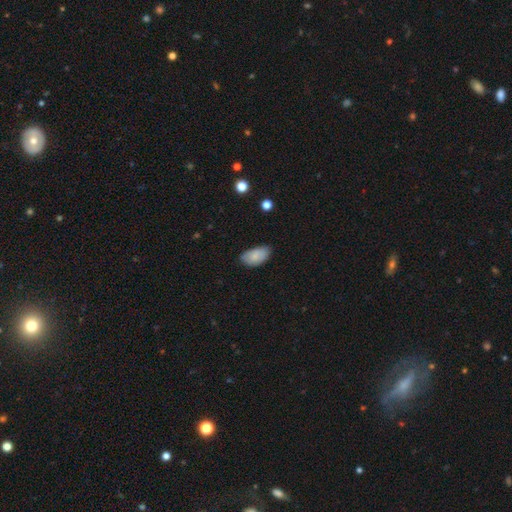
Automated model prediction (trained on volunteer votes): Smooth or featured?
  - smooth: 85% *
  - featured or disk: 8%
  - star or artifact: 7%
How rounded?
  - in between: 95% *
  - round: 4%
  - cigar-shaped: 2%
Merging?
  - none: 65% *
  - minor disturbance: 29%
  - major disturbance: 4%
  - merger: 1%